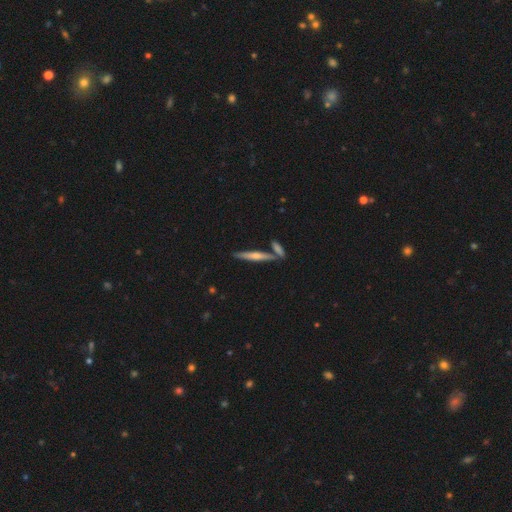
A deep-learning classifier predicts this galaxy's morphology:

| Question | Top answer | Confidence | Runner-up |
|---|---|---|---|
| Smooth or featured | featured or disk | 65% | smooth (28%) |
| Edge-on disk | yes | 96% | no (4%) |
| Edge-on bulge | rounded | 80% | none (13%) |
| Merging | none | 77% | merger (13%) |